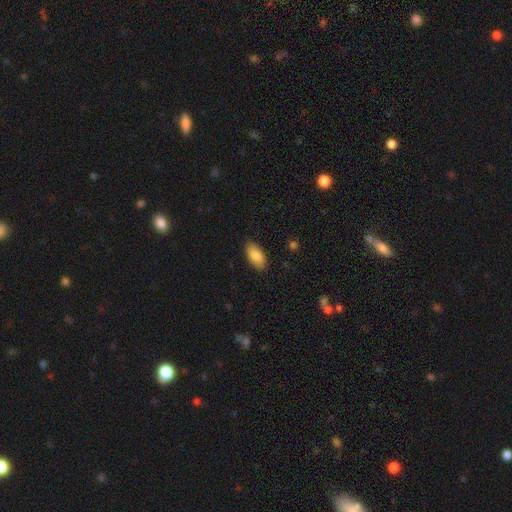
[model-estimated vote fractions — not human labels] The model was most divided on "smooth or featured": smooth: 86%, featured or disk: 8%, star or artifact: 6%. More confident: how rounded — in between (94%); merging — none (87%).